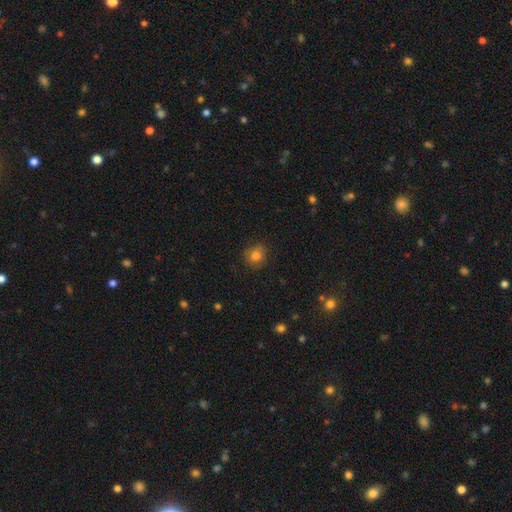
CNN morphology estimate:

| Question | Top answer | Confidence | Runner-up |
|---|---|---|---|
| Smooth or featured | smooth | 79% | star or artifact (11%) |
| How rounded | round | 82% | in between (17%) |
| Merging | none | 79% | minor disturbance (16%) |